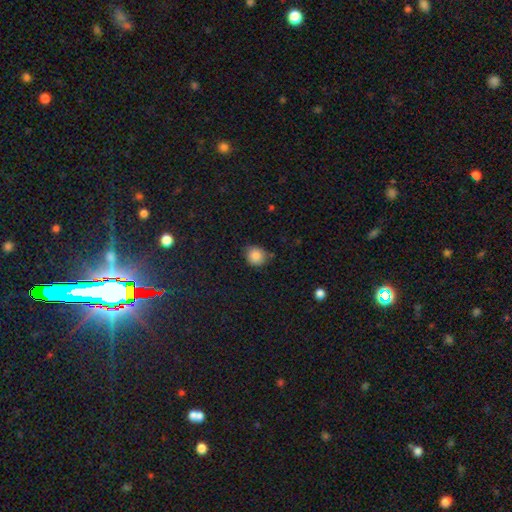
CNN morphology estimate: This appears to be a smooth galaxy with no disk features (85%) that is round (77%). Merging: none (74%).